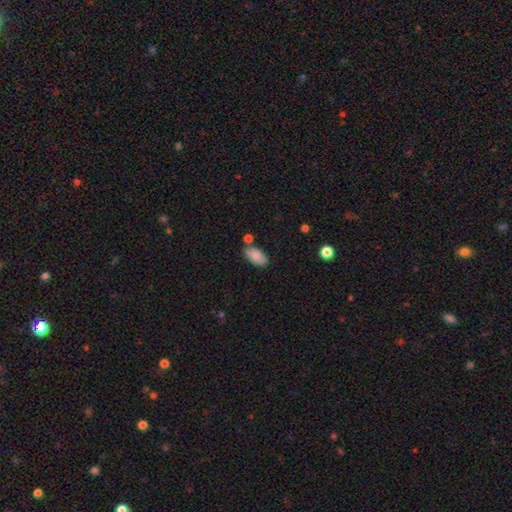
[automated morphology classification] Q: Smooth or featured?
A: smooth (85%); runner-up: featured or disk (8%)
Q: How rounded?
A: in between (93%); runner-up: cigar-shaped (4%)
Q: Merging?
A: none (73%); runner-up: minor disturbance (15%)